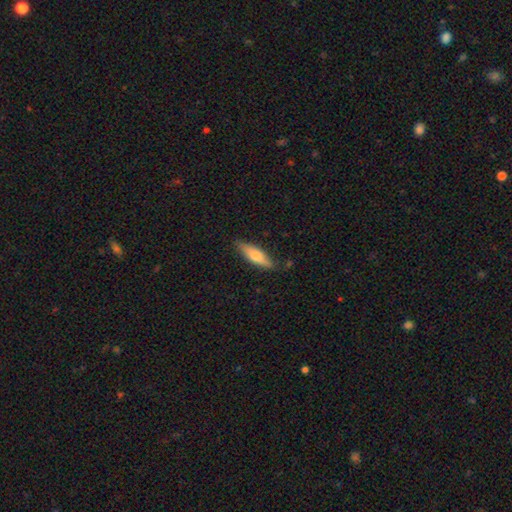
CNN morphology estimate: This appears to be a smooth galaxy with no disk features (65%) that is cigar-shaped (59%). Merging: none (81%).